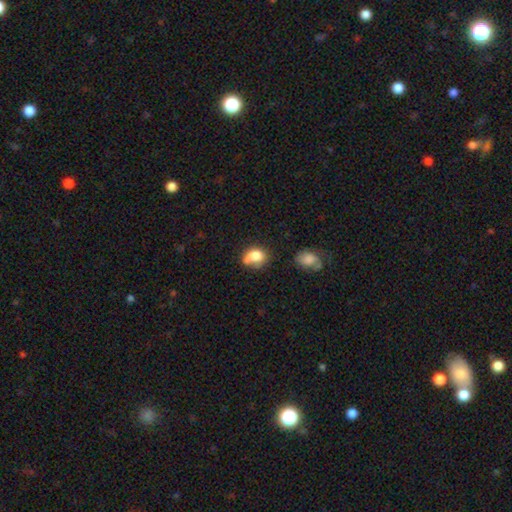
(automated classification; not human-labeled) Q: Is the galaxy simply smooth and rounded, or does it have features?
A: smooth — 74%.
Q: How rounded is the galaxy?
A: in between — 58%.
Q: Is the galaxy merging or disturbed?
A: none — 35%.